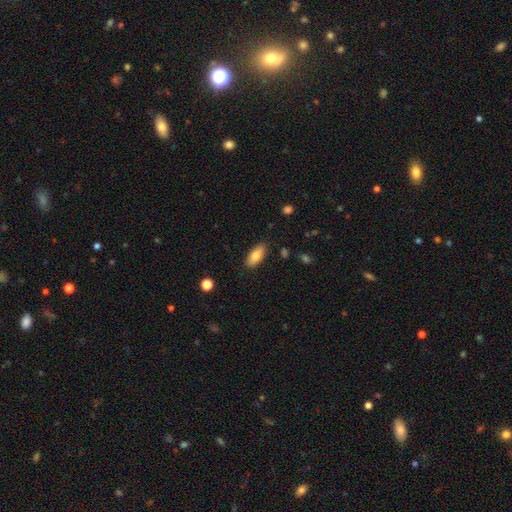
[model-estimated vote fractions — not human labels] A smooth galaxy with no disk features (80%) that is in between round and cigar-shaped (85%).

Vote fractions:
- Smooth or featured? smooth: 80% / featured or disk: 13% / star or artifact: 7%
- How rounded? in between: 85% / cigar-shaped: 12% / round: 2%
- Merging? none: 85% / minor disturbance: 11% / major disturbance: 2% / merger: 1%